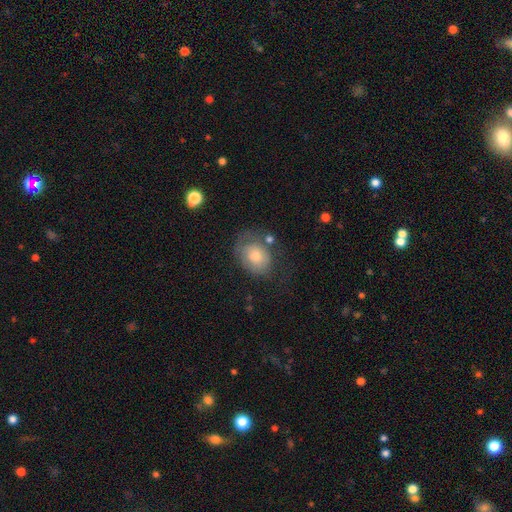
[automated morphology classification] Smooth or featured? smooth (61%)
How rounded? in between (59%)
Merging? none (51%)